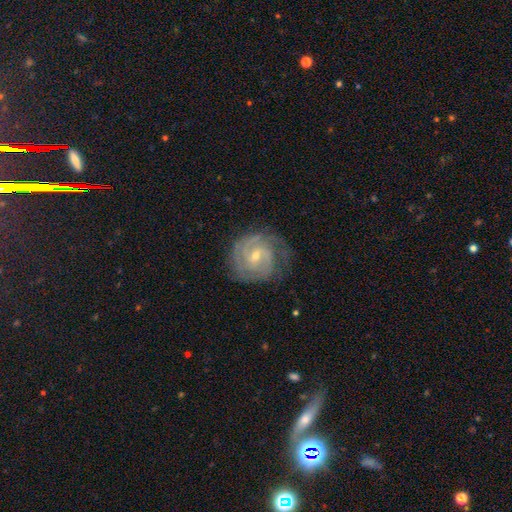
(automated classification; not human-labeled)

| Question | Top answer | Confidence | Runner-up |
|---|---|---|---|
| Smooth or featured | featured or disk | 87% | smooth (7%) |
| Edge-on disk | no | 98% | yes (2%) |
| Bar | weak | 46% | no (42%) |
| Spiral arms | yes | 97% | no (3%) |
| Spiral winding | tight | 71% | medium (25%) |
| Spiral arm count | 2 | 39% | 3 (24%) |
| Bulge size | small | 61% | moderate (36%) |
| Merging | none | 74% | minor disturbance (18%) |